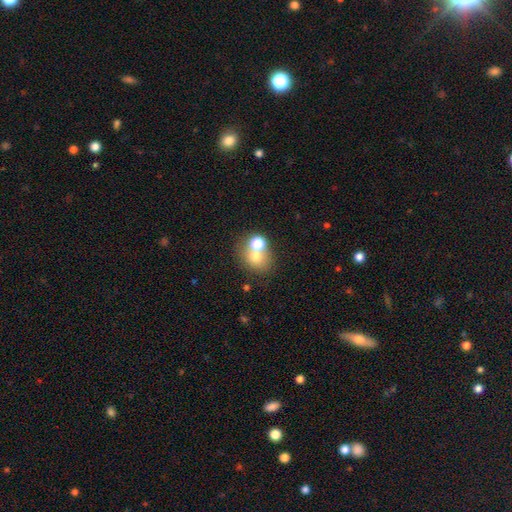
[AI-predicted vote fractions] smooth-or-featured: smooth: 68% | featured or disk: 17% | star or artifact: 15%
  how-rounded: round: 71% | in between: 28% | cigar-shaped: 1%
  merging: none: 45% | merger: 43% | minor disturbance: 8% | major disturbance: 4%